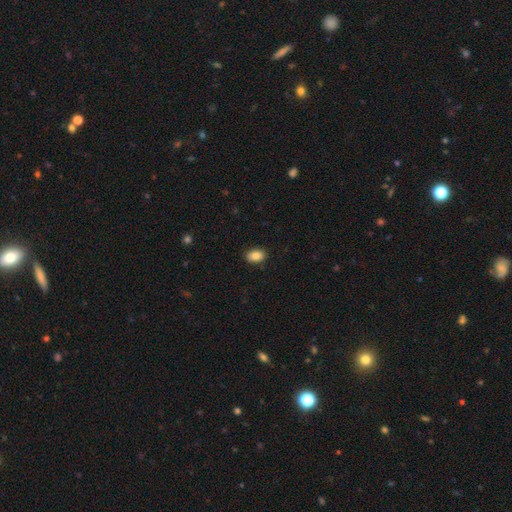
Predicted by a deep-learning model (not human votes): smooth 87%, star or artifact 8%, featured or disk 5%. Down the decision tree: how rounded — in between (84%); merging — none (89%).